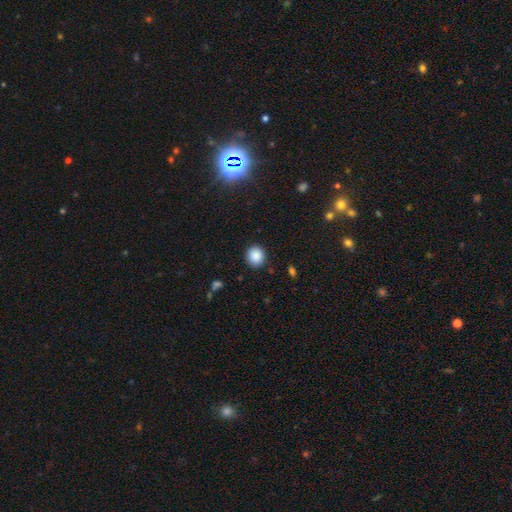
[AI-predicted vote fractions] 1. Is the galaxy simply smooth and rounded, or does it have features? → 88% smooth, 9% star or artifact, 3% featured or disk.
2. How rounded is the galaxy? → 87% round, 12% in between, 1% cigar-shaped.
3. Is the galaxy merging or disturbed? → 90% none, 6% minor disturbance, 2% major disturbance, 1% merger.